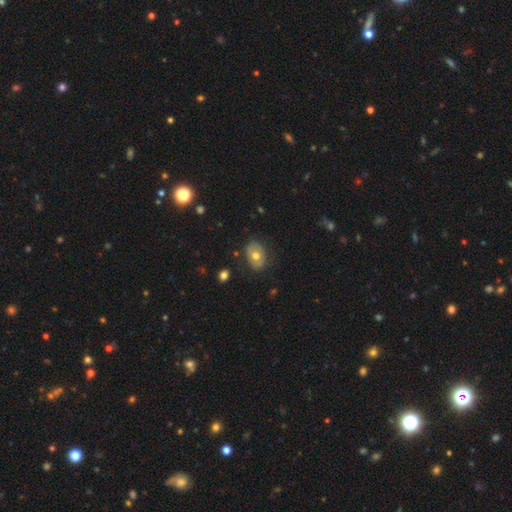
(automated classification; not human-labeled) Smooth or featured?
  - smooth: 59% *
  - featured or disk: 34%
  - star or artifact: 7%
How rounded?
  - in between: 74% *
  - round: 25%
  - cigar-shaped: 1%
Merging?
  - none: 77% *
  - minor disturbance: 17%
  - major disturbance: 5%
  - merger: 2%